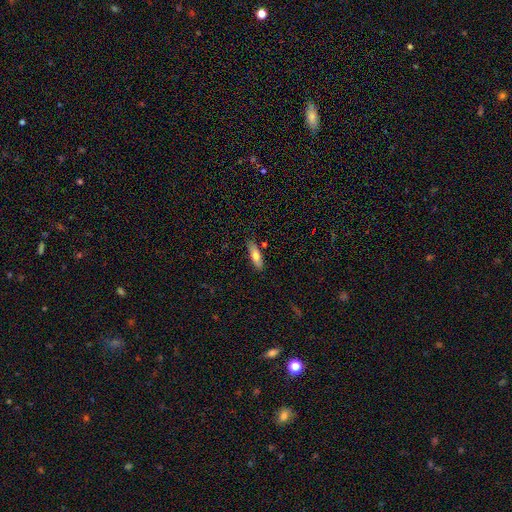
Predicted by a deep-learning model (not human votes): Q: Smooth or featured?
A: smooth (70%); runner-up: featured or disk (24%)
Q: How rounded?
A: cigar-shaped (51%); runner-up: in between (47%)
Q: Merging?
A: none (84%); runner-up: minor disturbance (12%)